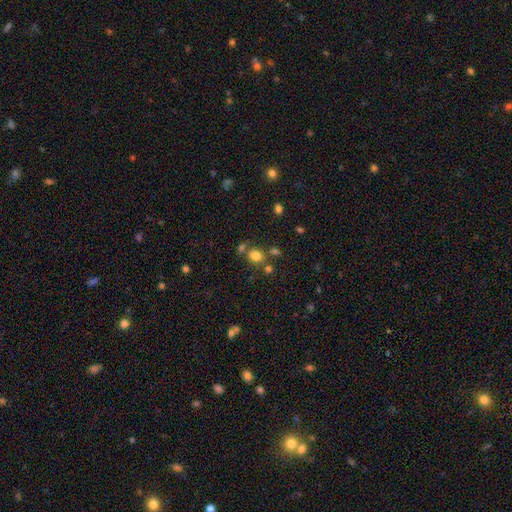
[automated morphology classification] type=smooth (78%); roundness=round (71%); merging=none (67%).